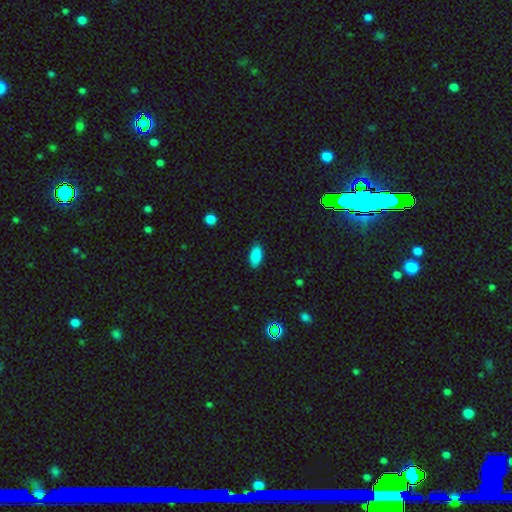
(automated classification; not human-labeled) smooth 88%, star or artifact 8%, featured or disk 4%. Down the decision tree: how rounded — in between (91%); merging — none (87%).